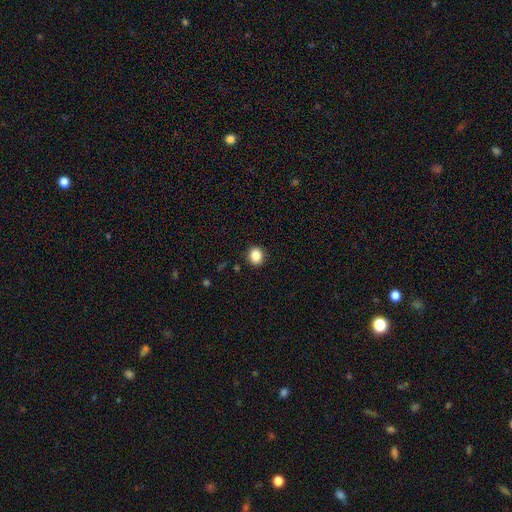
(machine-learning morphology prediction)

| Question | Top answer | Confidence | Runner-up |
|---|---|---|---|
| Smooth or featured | smooth | 86% | star or artifact (10%) |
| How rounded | round | 74% | in between (25%) |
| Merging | none | 91% | minor disturbance (6%) |